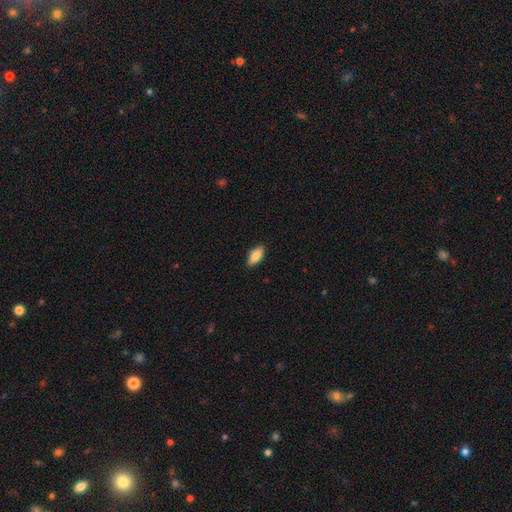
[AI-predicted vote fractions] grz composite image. It shows a smooth galaxy with no disk features (82%) that is in between round and cigar-shaped (84%). Merging: none (89%).